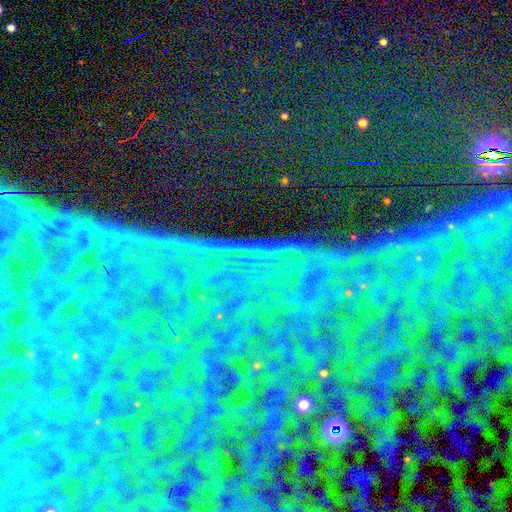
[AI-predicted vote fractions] Smooth or featured?
  - star or artifact: 86% *
  - featured or disk: 8%
  - smooth: 6%